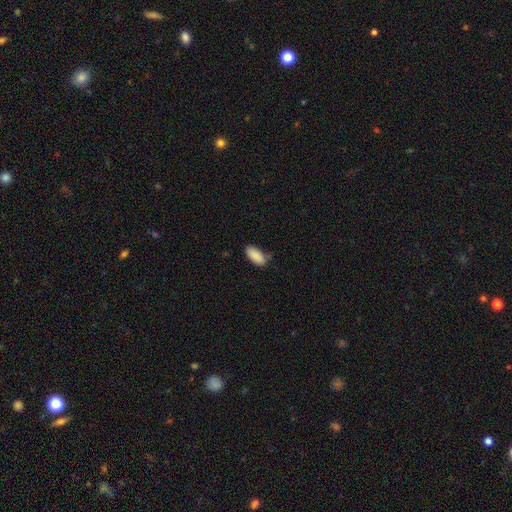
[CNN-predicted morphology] A smooth galaxy with no disk features (90%) that is in between round and cigar-shaped (90%).

Vote fractions:
- Smooth or featured? smooth: 90% / star or artifact: 7% / featured or disk: 3%
- How rounded? in between: 90% / cigar-shaped: 8% / round: 2%
- Merging? none: 72% / minor disturbance: 22% / major disturbance: 4% / merger: 2%